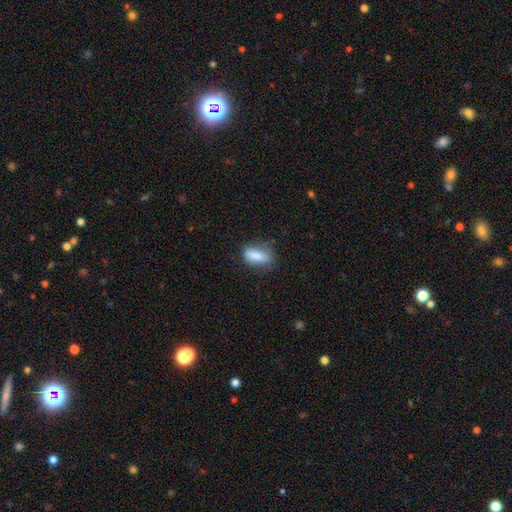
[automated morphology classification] The model was most divided on "merging": none: 65%, minor disturbance: 25%, major disturbance: 8%, merger: 2%. More confident: smooth or featured — smooth (82%); how rounded — in between (76%).